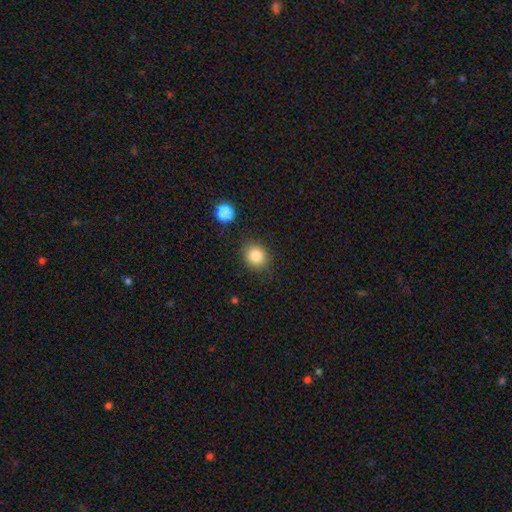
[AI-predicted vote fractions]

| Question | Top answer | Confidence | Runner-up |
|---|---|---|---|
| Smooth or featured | smooth | 84% | star or artifact (10%) |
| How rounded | round | 75% | in between (24%) |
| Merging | none | 83% | minor disturbance (11%) |